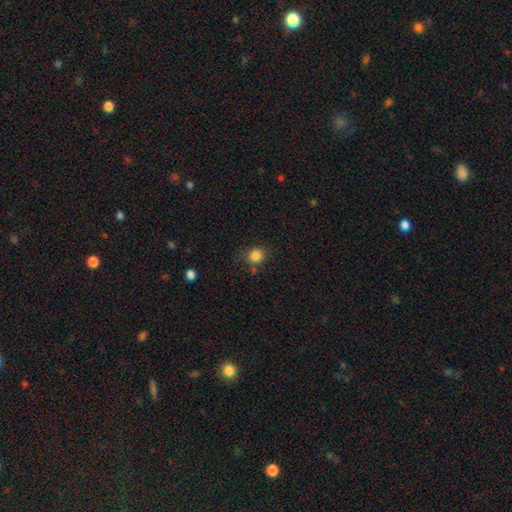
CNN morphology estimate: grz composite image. It shows a smooth galaxy with no disk features (84%) that is round (82%). Merging: none (74%).